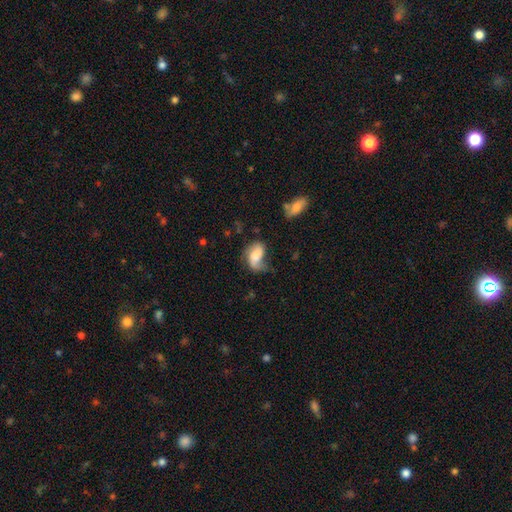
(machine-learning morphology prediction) Overall: smooth (55%; featured or disk 36%). How rounded: in between (87%). Merging: none (33%; major disturbance 31%).